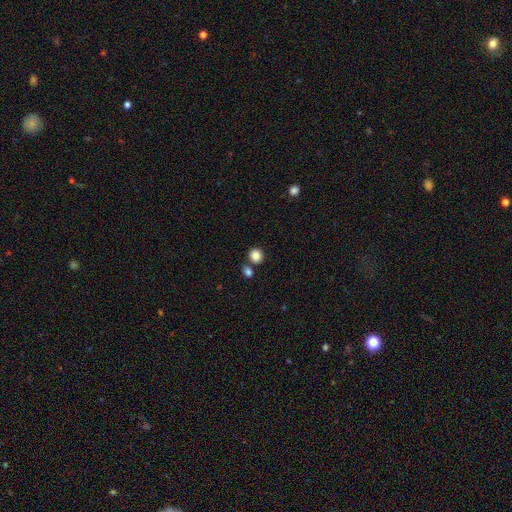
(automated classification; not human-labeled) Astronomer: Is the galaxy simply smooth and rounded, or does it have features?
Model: smooth — 86%.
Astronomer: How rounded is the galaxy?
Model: round — 88%.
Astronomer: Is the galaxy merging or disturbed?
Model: none — 72%.